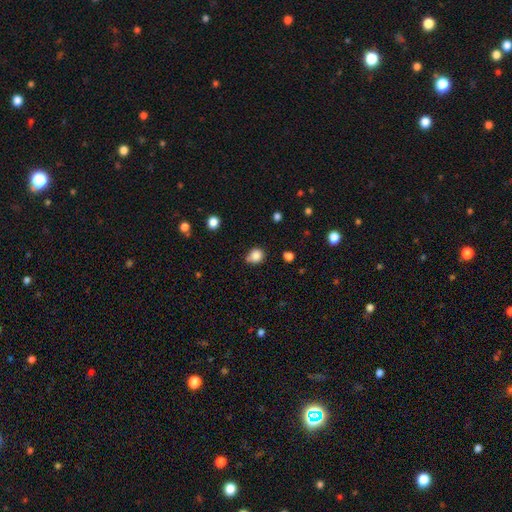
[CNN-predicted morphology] smooth_or_featured: smooth (p=0.85) [alt: star or artifact p=0.11]
how_rounded: round (p=0.73) [alt: in between p=0.26]
merging: none (p=0.64) [alt: minor disturbance p=0.24]